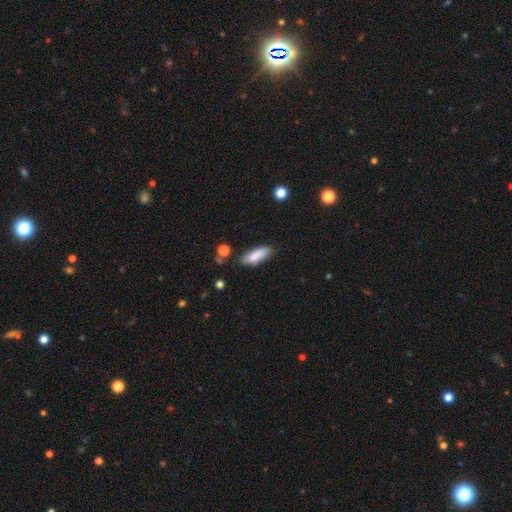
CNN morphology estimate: This is clearly a smooth galaxy (82%). How rounded: possibly in between (58%). Merging: likely none (71%).